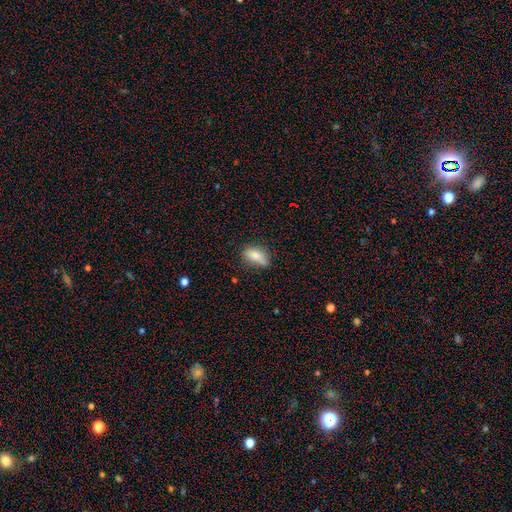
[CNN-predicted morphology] A smooth galaxy with no disk features (80%) that is in between round and cigar-shaped (84%).

Vote fractions:
- Smooth or featured? smooth: 80% / featured or disk: 12% / star or artifact: 8%
- How rounded? in between: 84% / cigar-shaped: 10% / round: 5%
- Merging? none: 61% / minor disturbance: 29% / major disturbance: 6% / merger: 4%